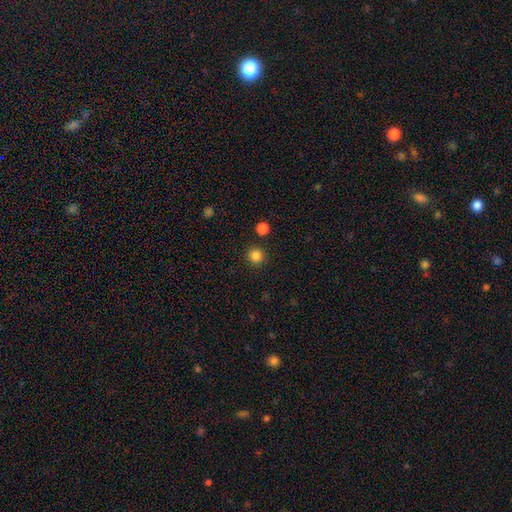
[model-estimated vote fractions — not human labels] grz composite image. It shows a smooth galaxy with no disk features (84%) that is round (95%). Merging: none (90%).